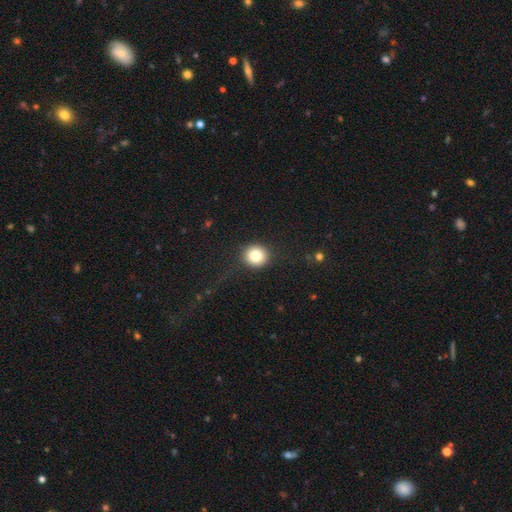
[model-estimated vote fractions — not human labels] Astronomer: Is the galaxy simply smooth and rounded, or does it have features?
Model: smooth — 80%.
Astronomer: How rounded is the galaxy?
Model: round — 92%.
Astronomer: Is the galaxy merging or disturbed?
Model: none — 87%.